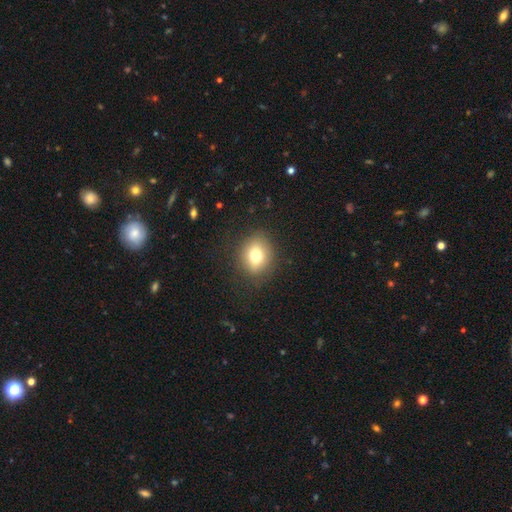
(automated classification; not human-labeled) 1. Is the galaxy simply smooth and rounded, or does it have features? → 74% smooth, 14% featured or disk, 12% star or artifact.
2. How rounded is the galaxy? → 64% round, 35% in between, 1% cigar-shaped.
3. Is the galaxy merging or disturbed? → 85% none, 10% minor disturbance, 4% major disturbance, 1% merger.